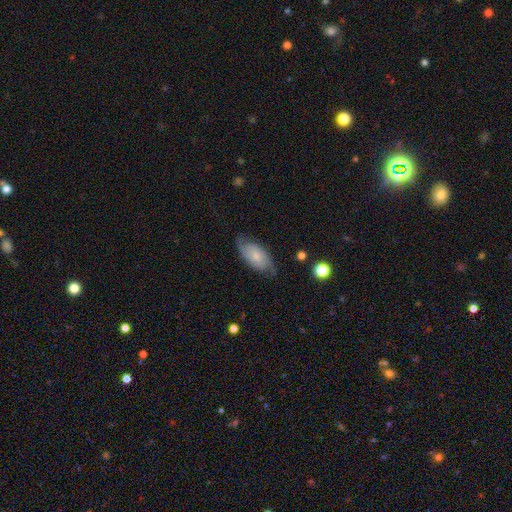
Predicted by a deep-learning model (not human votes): Morphology: type=featured or disk (53%); edge-on=no (92%); merging=none (69%).